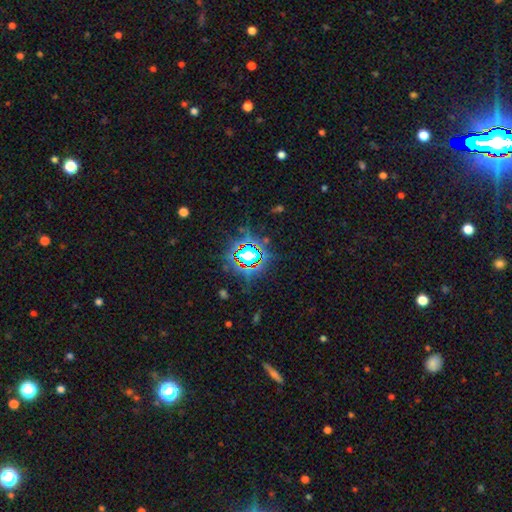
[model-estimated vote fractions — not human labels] Smooth or featured: star or artifact — 72% (smooth — 17%)